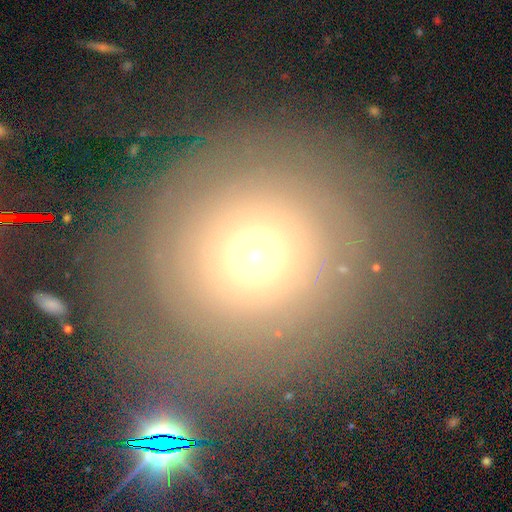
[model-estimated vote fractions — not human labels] The model was most divided on "smooth or featured": smooth: 44%, featured or disk: 43%, star or artifact: 13%. More confident: merging — none (64%).